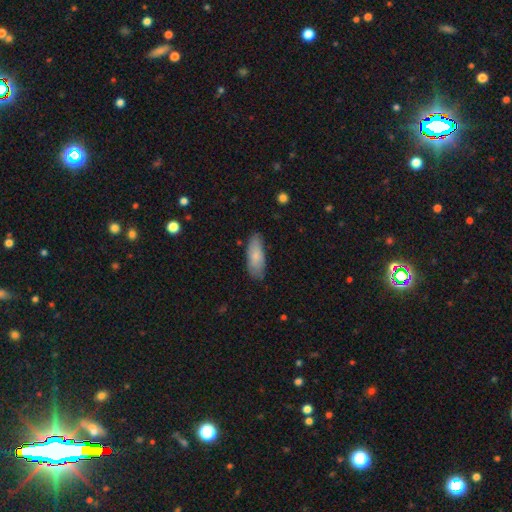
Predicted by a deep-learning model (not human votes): Morphology: type=smooth (78%); roundness=in between (69%); merging=none (79%).